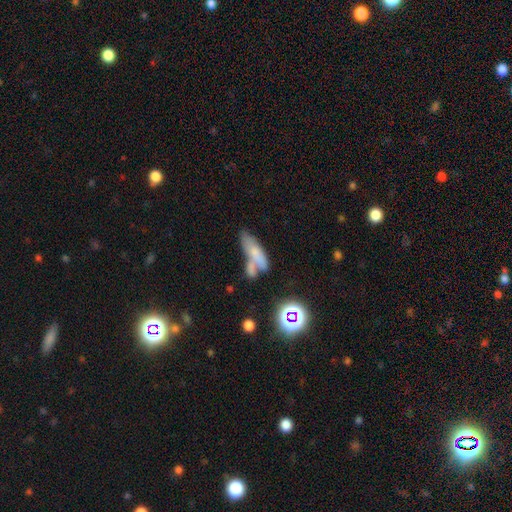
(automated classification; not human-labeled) This is likely a smooth galaxy (62%). How rounded: possibly in between (54%). Merging: marginally merger (44%).